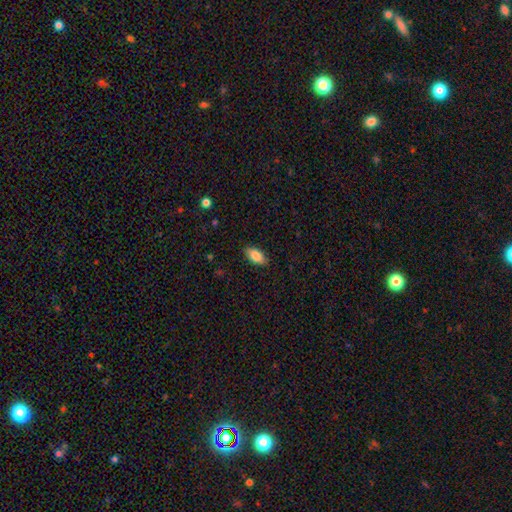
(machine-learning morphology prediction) The model was most divided on "merging": none: 87%, minor disturbance: 10%, major disturbance: 2%, merger: 1%. More confident: how rounded — in between (91%); smooth or featured — smooth (85%).